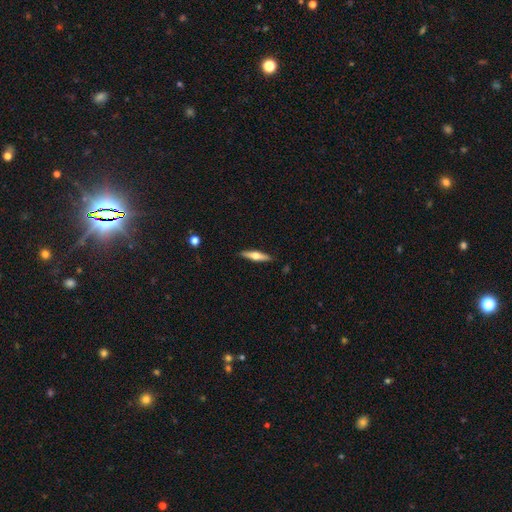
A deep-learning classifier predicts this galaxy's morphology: type=featured or disk (53%); edge-on=yes (95%); edge-on bulge=rounded (92%); merging=none (90%).